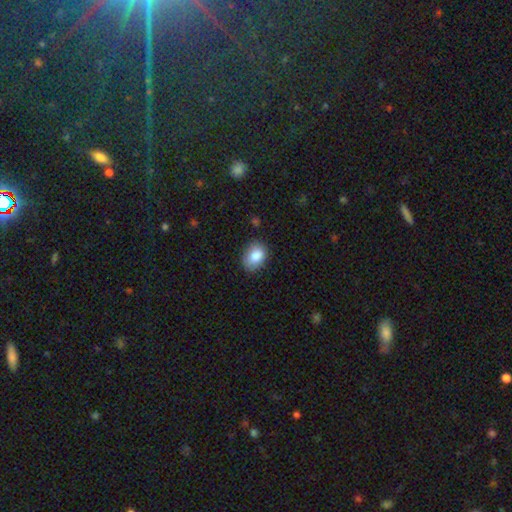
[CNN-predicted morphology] type=smooth (85%); roundness=in between (71%); merging=none (74%).